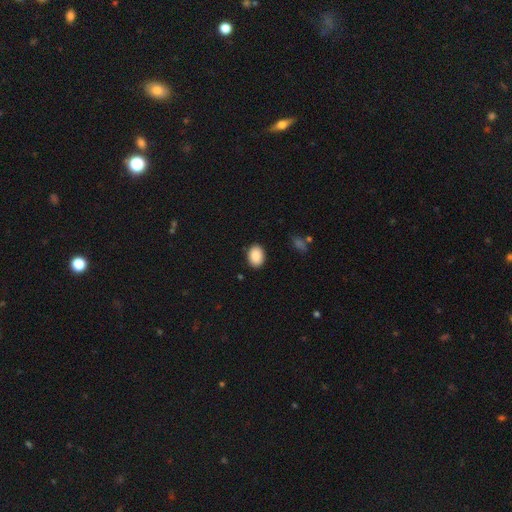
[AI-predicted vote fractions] The model was most divided on "how rounded": in between: 75%, round: 24%, cigar-shaped: 1%. More confident: smooth or featured — smooth (89%); merging — none (88%).